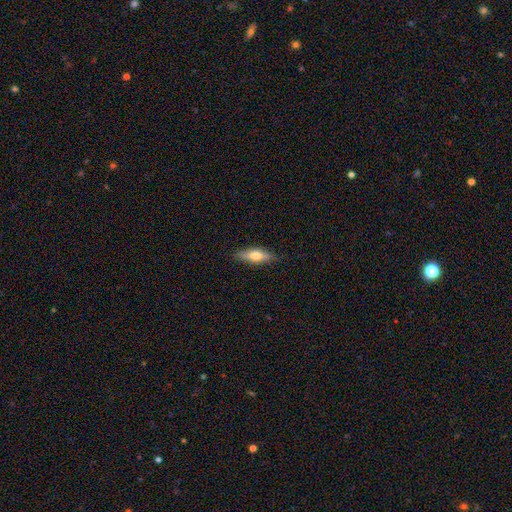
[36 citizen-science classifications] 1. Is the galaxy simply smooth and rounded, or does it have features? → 75% smooth, 19% featured or disk, 6% star or artifact.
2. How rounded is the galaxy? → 81% in between, 19% cigar-shaped, 0% round.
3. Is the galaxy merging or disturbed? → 85% none, 9% minor disturbance, 3% major disturbance, 3% merger.